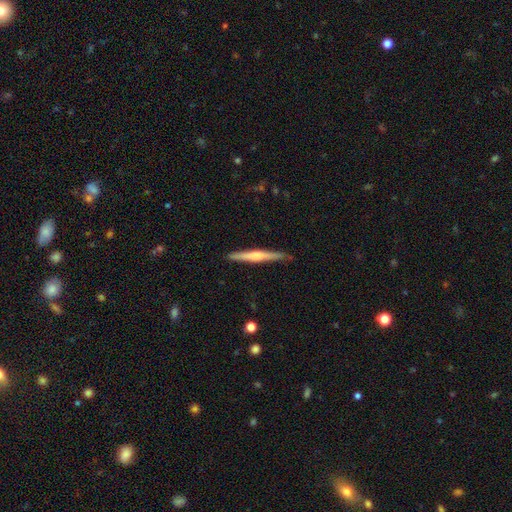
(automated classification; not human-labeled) Smooth or featured? featured or disk (52%)
Edge-on disk? yes (98%)
Edge-on bulge? rounded (48%)
Merging? none (87%)